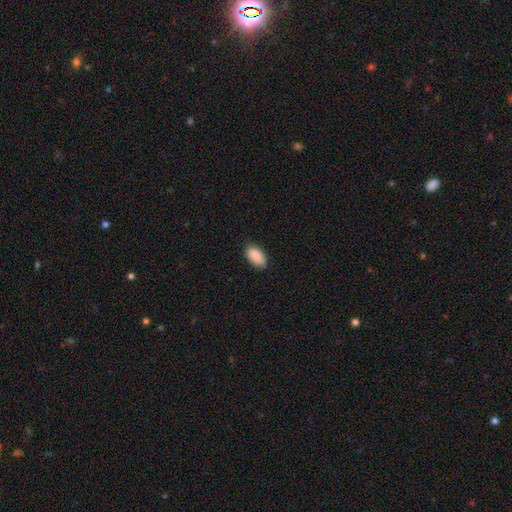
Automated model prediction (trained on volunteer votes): Smooth or featured? Predicted: smooth (p=0.90). How rounded? Predicted: in between (p=0.95). Merging? Predicted: none (p=0.83).